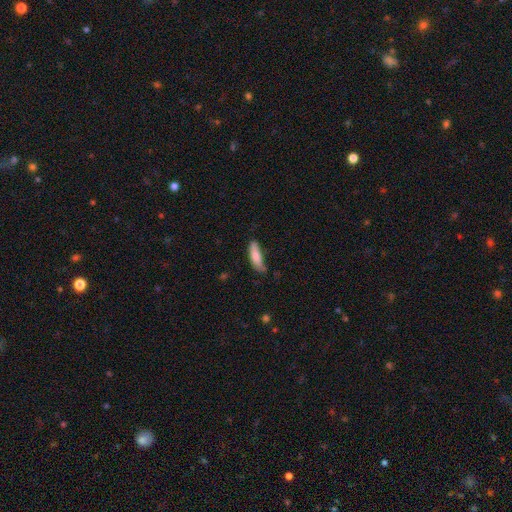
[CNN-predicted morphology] A smooth galaxy with no disk features (82%) that is cigar-shaped (51%). Merging: none (63%).